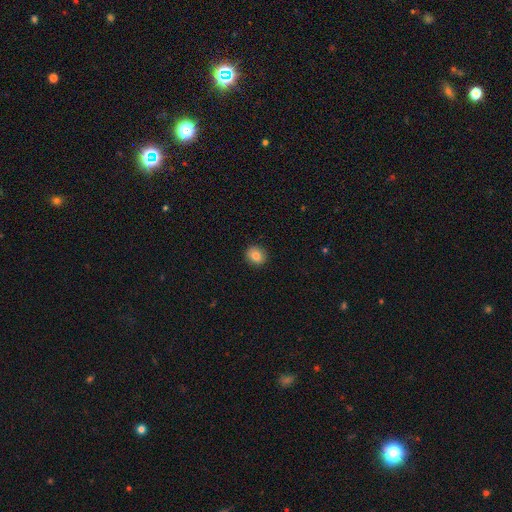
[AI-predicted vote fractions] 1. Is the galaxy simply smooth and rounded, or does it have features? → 82% smooth, 10% star or artifact, 8% featured or disk.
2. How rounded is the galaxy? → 79% round, 20% in between, 1% cigar-shaped.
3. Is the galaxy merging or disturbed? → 91% none, 6% minor disturbance, 2% major disturbance, 1% merger.